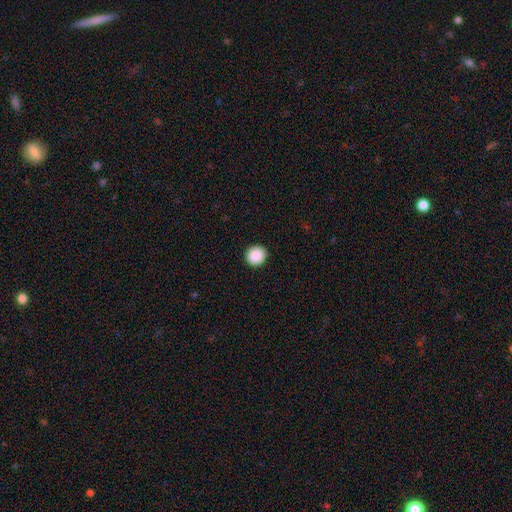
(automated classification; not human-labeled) Overall: smooth (90%). How rounded: round (93%). Merging: none (93%).